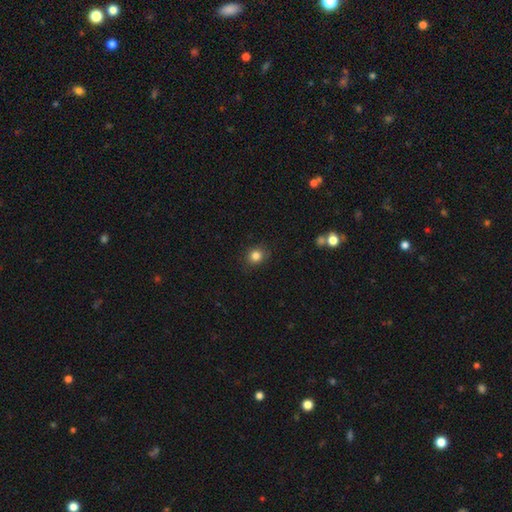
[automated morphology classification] Q: Smooth or featured?
A: smooth (83%); runner-up: star or artifact (11%)
Q: How rounded?
A: round (78%); runner-up: in between (21%)
Q: Merging?
A: none (86%); runner-up: minor disturbance (11%)